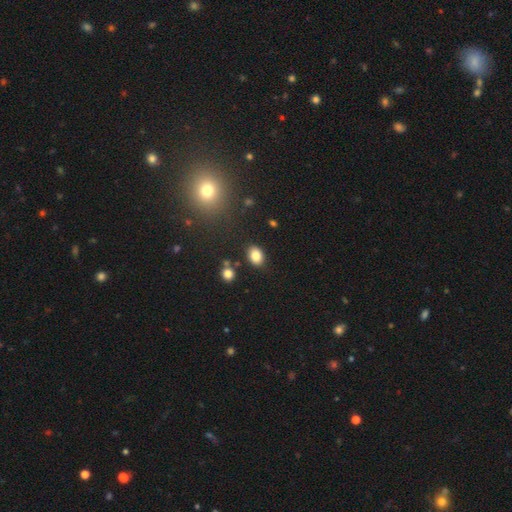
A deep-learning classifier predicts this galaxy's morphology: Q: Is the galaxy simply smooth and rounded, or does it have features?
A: smooth — 84%.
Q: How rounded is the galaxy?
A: in between — 73%.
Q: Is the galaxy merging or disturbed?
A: none — 84%.